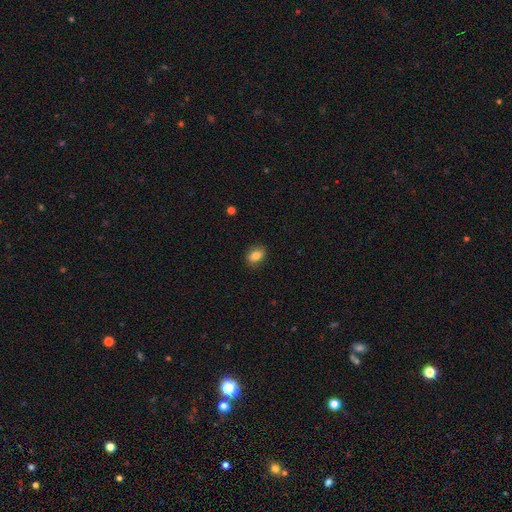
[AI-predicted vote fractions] The model was most divided on "how rounded": in between: 73%, round: 26%, cigar-shaped: 2%. More confident: merging — none (85%); smooth or featured — smooth (81%).